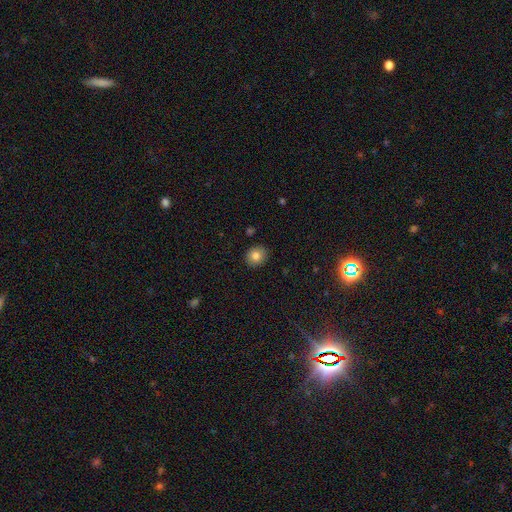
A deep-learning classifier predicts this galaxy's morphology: This is clearly a smooth galaxy (82%). How rounded: likely round (78%). Merging: clearly none (90%).